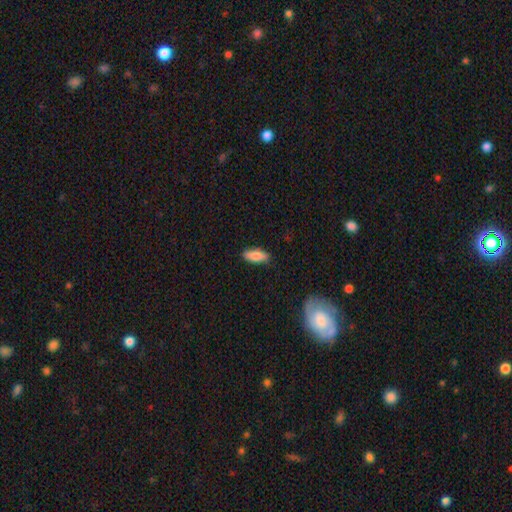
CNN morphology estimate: Smooth or featured? Predicted: smooth (p=0.82). How rounded? Predicted: in between (p=0.73). Merging? Predicted: none (p=0.85).